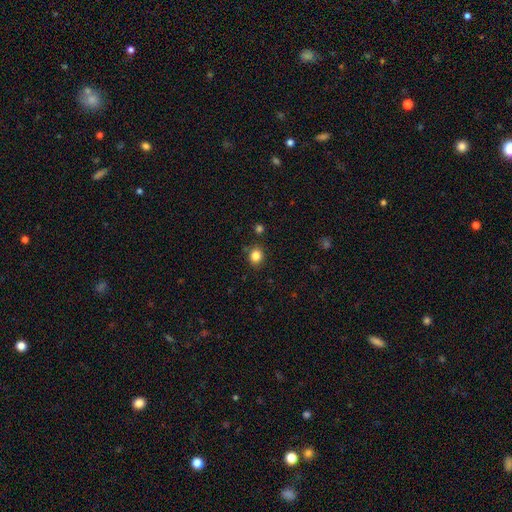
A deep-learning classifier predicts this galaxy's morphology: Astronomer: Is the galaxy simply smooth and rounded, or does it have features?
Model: smooth — 84%.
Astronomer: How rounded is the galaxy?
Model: round — 76%.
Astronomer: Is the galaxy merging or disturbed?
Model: none — 85%.